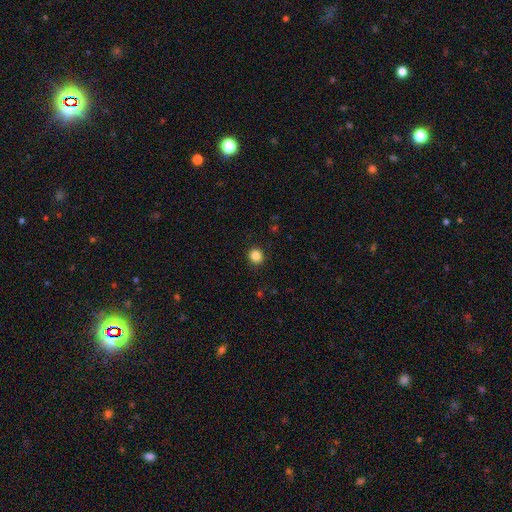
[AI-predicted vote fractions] Q: Smooth or featured?
A: smooth (85%); runner-up: star or artifact (11%)
Q: How rounded?
A: round (89%); runner-up: in between (11%)
Q: Merging?
A: none (92%); runner-up: minor disturbance (5%)